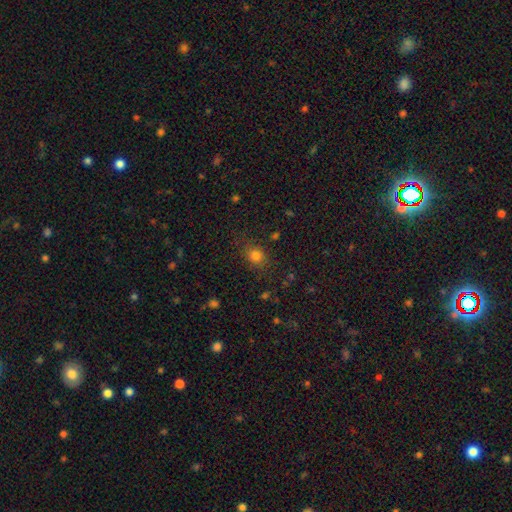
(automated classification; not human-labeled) The model was most divided on "how rounded": round: 60%, in between: 39%, cigar-shaped: 1%. More confident: merging — none (81%); smooth or featured — smooth (79%).